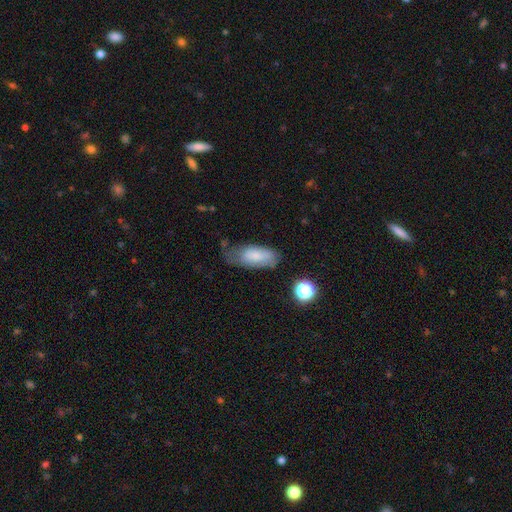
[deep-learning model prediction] The model was most divided on "merging": none: 48%, minor disturbance: 34%, major disturbance: 14%, merger: 4%. More confident: how rounded — in between (86%); smooth or featured — smooth (76%).